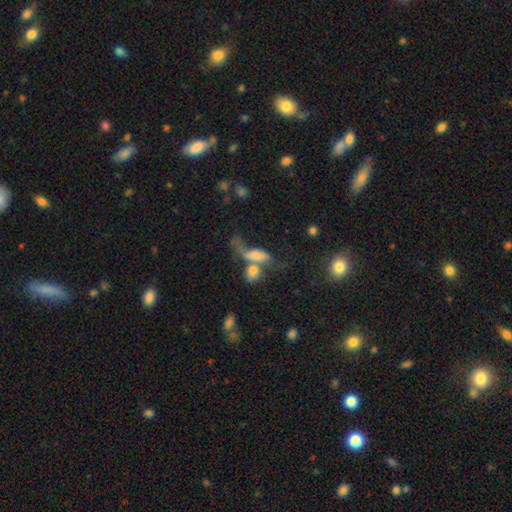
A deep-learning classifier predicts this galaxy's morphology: A smooth galaxy with no disk features (51%) that is in between round and cigar-shaped (64%).

Vote fractions:
- Smooth or featured? smooth: 51% / featured or disk: 35% / star or artifact: 14%
- How rounded? in between: 64% / cigar-shaped: 26% / round: 10%
- Merging? merger: 47% / major disturbance: 21% / none: 20% / minor disturbance: 12%